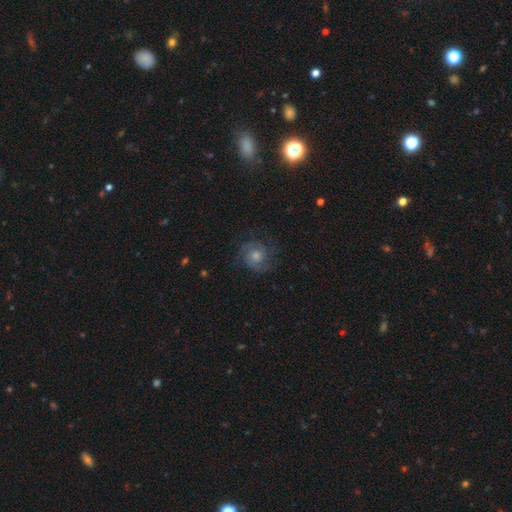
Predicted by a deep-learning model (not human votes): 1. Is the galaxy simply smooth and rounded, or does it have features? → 69% featured or disk, 16% smooth, 15% star or artifact.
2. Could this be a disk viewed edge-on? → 98% no, 2% yes.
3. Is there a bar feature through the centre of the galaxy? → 74% no, 22% weak, 4% strong.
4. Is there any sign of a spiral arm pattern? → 95% yes, 5% no.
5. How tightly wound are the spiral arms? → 50% tight, 41% medium, 10% loose.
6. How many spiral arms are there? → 47% 2, 22% 3, 18% can't tell, 5% 4, 4% 1, 4% more than 4.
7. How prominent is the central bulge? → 56% moderate, 28% small, 10% large, 4% none, 2% dominant.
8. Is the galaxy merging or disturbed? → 78% none, 13% minor disturbance, 8% major disturbance, 1% merger.